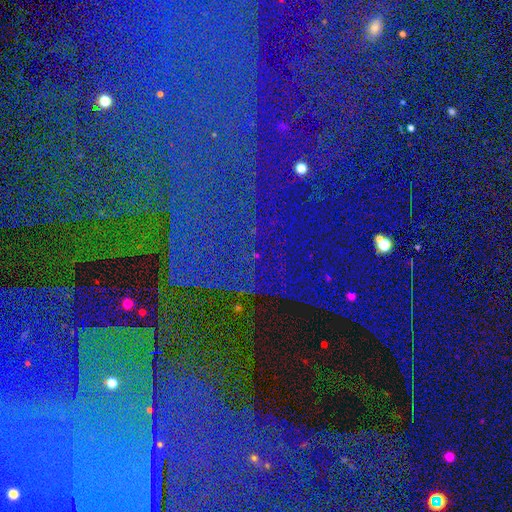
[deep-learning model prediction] Smooth or featured? star or artifact (87%)